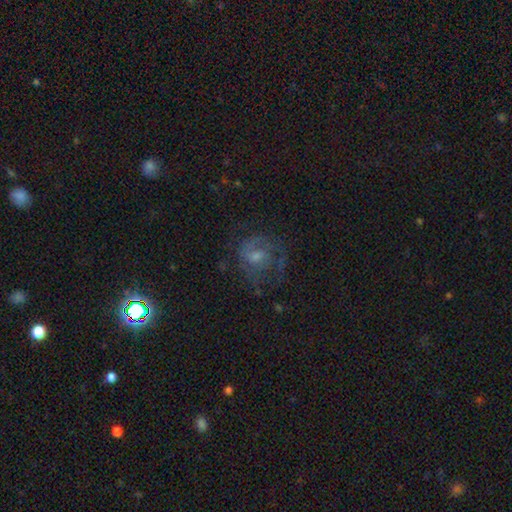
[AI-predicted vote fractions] Morphology: type=featured or disk (60%); edge-on=no (97%); bar=no (59%); spiral arms=yes (72%); bulge=moderate (44%); merging=none (52%).